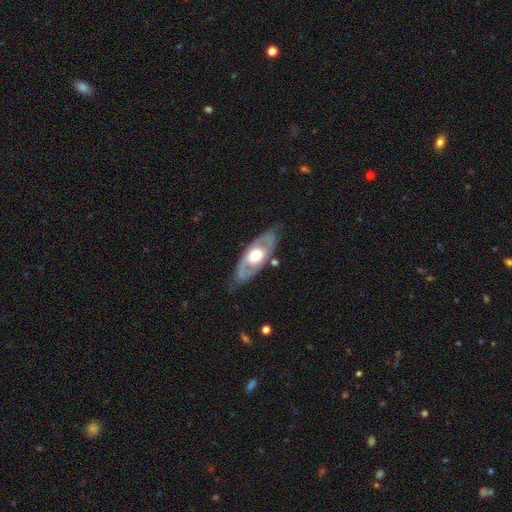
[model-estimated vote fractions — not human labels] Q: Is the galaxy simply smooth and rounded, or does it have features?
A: featured or disk — 66%.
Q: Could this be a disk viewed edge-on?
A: no — 77%.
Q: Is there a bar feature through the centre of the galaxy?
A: no — 81%.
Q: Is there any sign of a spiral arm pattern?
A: no — 63%.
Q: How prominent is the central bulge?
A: moderate — 54%.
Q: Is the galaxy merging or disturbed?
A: none — 77%.